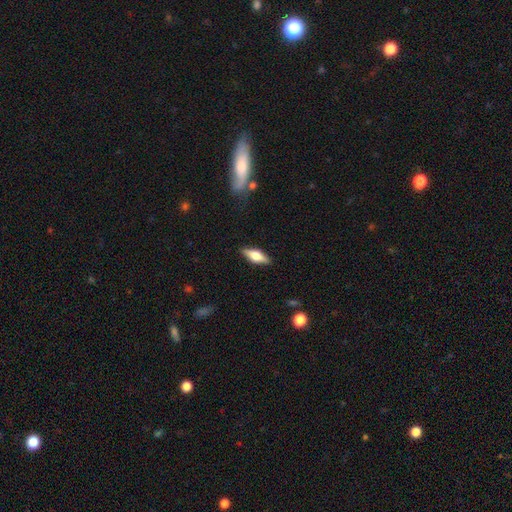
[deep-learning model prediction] A smooth galaxy with no disk features (47%, tied with featured or disk).

Vote fractions:
- Smooth or featured? smooth: 47% (tied) / featured or disk: 47% (tied) / star or artifact: 7%
- Merging? none: 87% / minor disturbance: 10% / major disturbance: 2% / merger: 1%